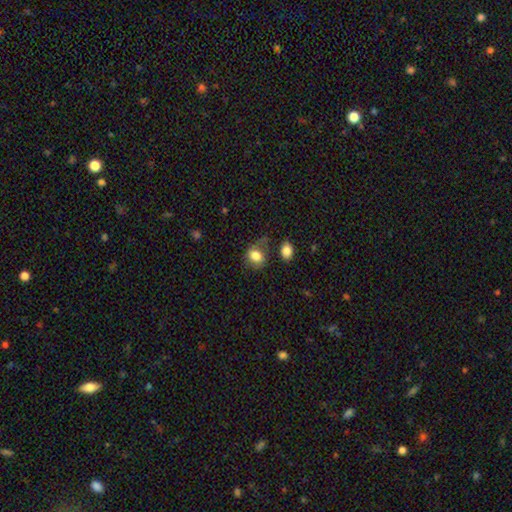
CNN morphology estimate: A smooth galaxy with no disk features (81%) that is in between round and cigar-shaped (53%). Merging: none (51%).